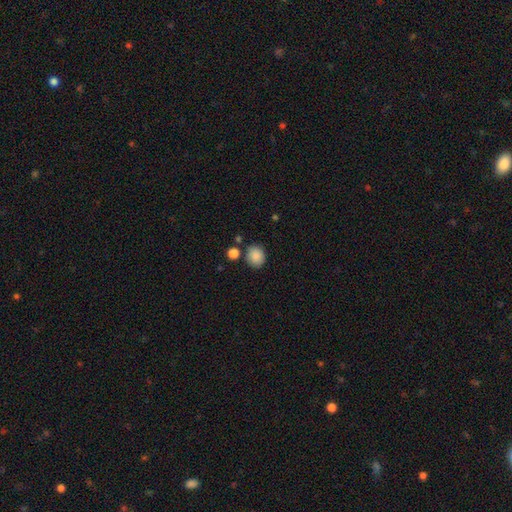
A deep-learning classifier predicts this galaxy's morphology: Smooth or featured? Predicted: smooth (p=0.87). How rounded? Predicted: round (p=0.69). Merging? Predicted: none (p=0.77).